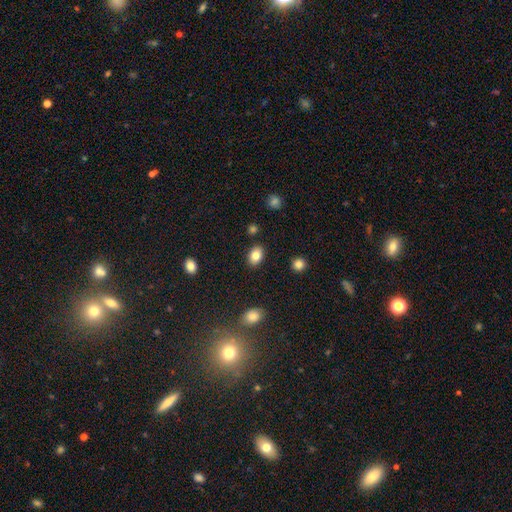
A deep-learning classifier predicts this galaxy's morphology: smooth_or_featured: smooth (p=0.83) [alt: featured or disk p=0.09]
how_rounded: in between (p=0.83) [alt: round p=0.16]
merging: none (p=0.87) [alt: minor disturbance p=0.08]